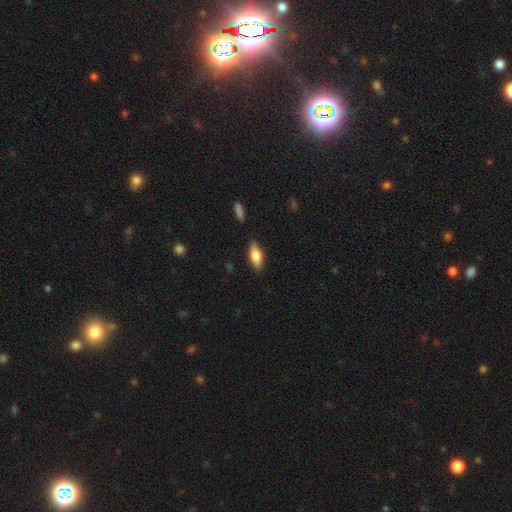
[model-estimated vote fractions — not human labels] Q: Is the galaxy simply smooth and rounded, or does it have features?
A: smooth — 77%.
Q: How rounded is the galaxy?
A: in between — 75%.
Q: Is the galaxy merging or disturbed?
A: none — 84%.